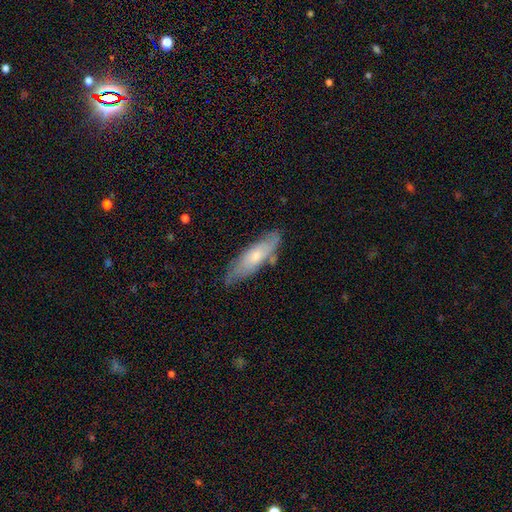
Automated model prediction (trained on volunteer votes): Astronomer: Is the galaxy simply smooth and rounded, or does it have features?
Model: smooth — 52% (runner-up: featured or disk, 42%).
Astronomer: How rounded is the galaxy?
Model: cigar-shaped — 55% (runner-up: in between, 44%).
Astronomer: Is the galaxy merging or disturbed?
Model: none — 71%.